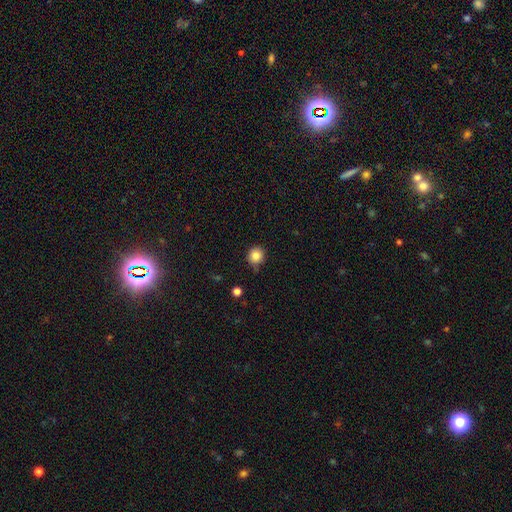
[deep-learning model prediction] The model was most divided on "merging": none: 79%, minor disturbance: 15%, merger: 3%, major disturbance: 3%. More confident: how rounded — round (89%); smooth or featured — smooth (85%).